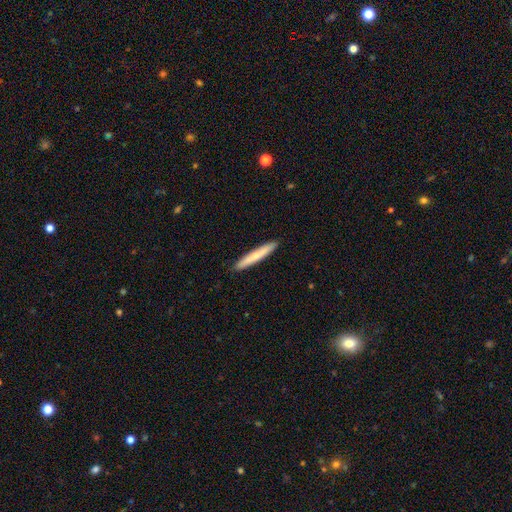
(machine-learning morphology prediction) A smooth galaxy with no disk features (62%) that is cigar-shaped (95%).

Vote fractions:
- Smooth or featured? smooth: 62% / featured or disk: 32% / star or artifact: 5%
- How rounded? cigar-shaped: 95% / in between: 4% / round: 1%
- Merging? none: 92% / minor disturbance: 6% / major disturbance: 1% / merger: 1%